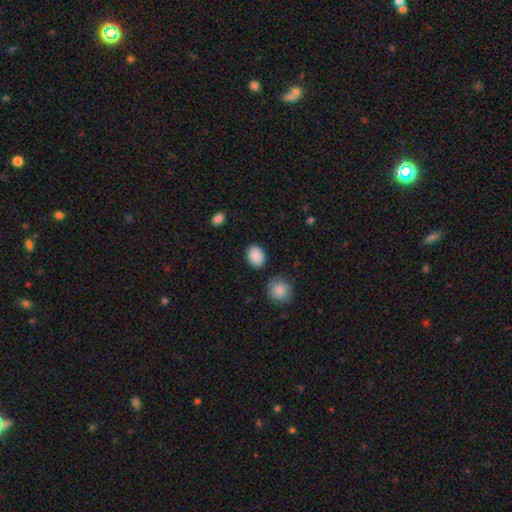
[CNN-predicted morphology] Q: Smooth or featured?
A: smooth (89%); runner-up: star or artifact (8%)
Q: How rounded?
A: in between (61%); runner-up: round (38%)
Q: Merging?
A: none (82%); runner-up: minor disturbance (11%)